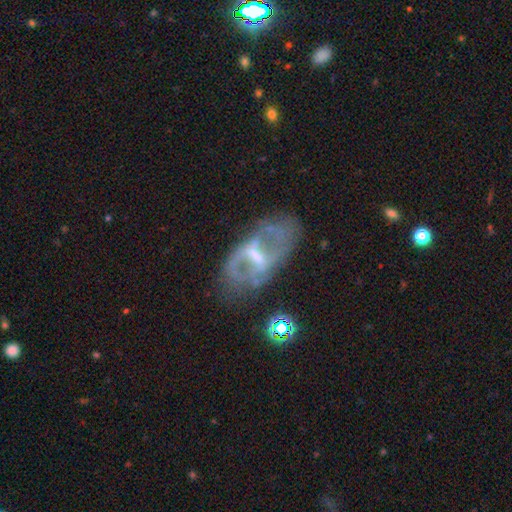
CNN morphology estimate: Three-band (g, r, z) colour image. It shows a featured or disk galaxy (76%) with a weak bar (46%), spiral arms (62%) and a small central bulge (44%). Merging: none (56%).